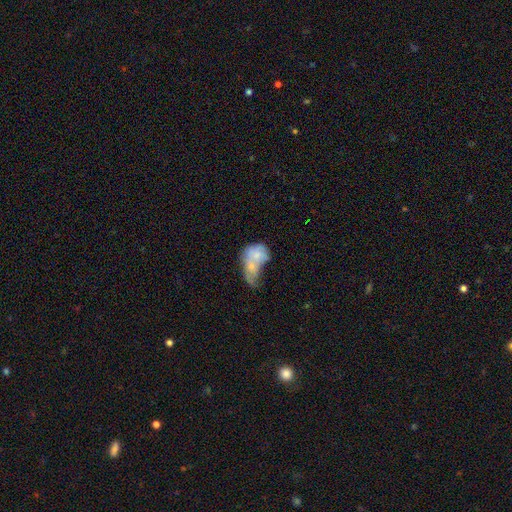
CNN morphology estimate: smooth-or-featured: smooth: 60% | featured or disk: 32% | star or artifact: 8%
  how-rounded: in between: 73% | round: 25% | cigar-shaped: 2%
  merging: merger: 61% | major disturbance: 19% | none: 11% | minor disturbance: 10%